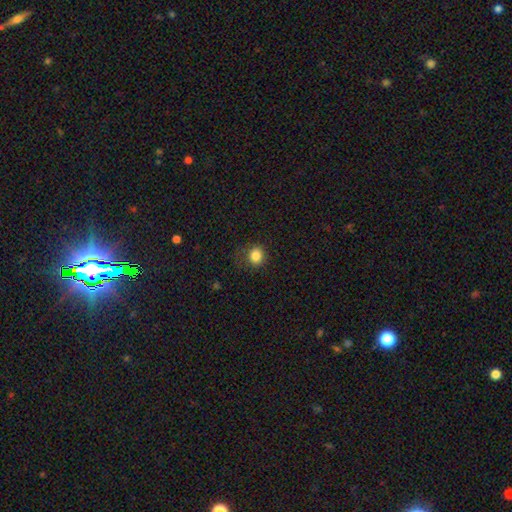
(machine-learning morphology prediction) A smooth galaxy with no disk features (84%) that is round (79%).

Vote fractions:
- Smooth or featured? smooth: 84% / star or artifact: 11% / featured or disk: 5%
- How rounded? round: 79% / in between: 20% / cigar-shaped: 1%
- Merging? none: 79% / minor disturbance: 14% / major disturbance: 5% / merger: 1%